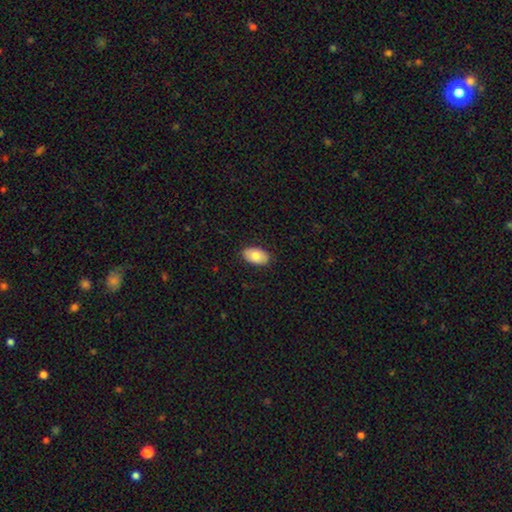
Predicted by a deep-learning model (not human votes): smooth 79%, featured or disk 15%, star or artifact 6%. Down the decision tree: how rounded — in between (93%); merging — none (88%).